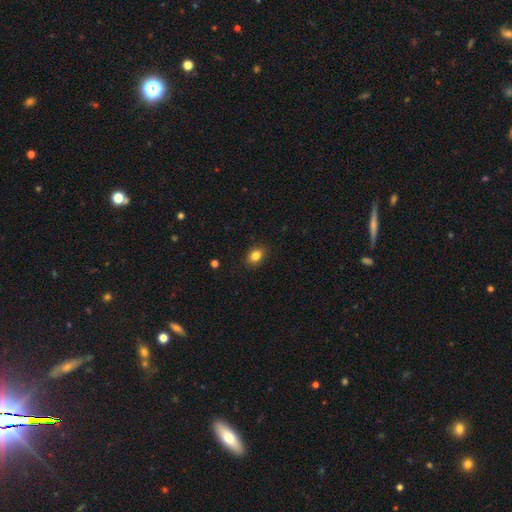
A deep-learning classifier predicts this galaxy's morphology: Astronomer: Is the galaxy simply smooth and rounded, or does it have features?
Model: smooth — 84%.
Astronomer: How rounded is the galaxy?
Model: in between — 61% (runner-up: round, 38%).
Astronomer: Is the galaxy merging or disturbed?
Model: none — 88%.